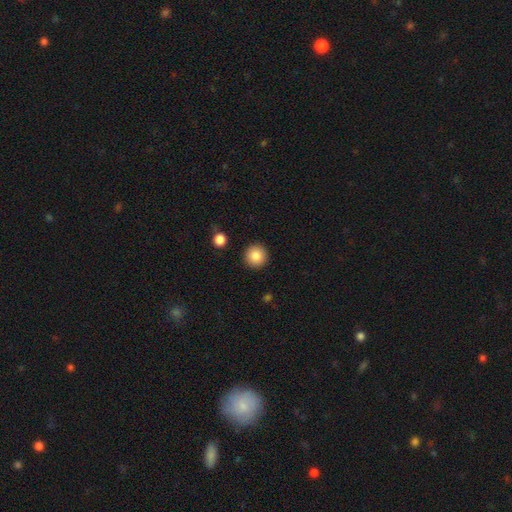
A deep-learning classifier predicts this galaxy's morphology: Smooth or featured?
  - smooth: 86% *
  - star or artifact: 9%
  - featured or disk: 5%
How rounded?
  - round: 95% *
  - in between: 4%
  - cigar-shaped: 1%
Merging?
  - none: 92% *
  - minor disturbance: 5%
  - major disturbance: 2%
  - merger: 2%